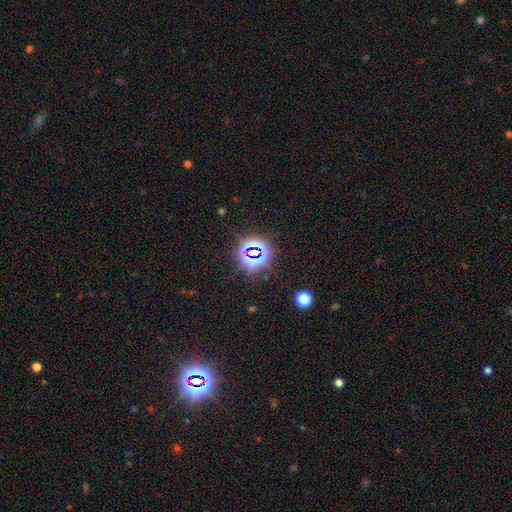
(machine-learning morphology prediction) Smooth or featured? Predicted: star or artifact (p=0.76).